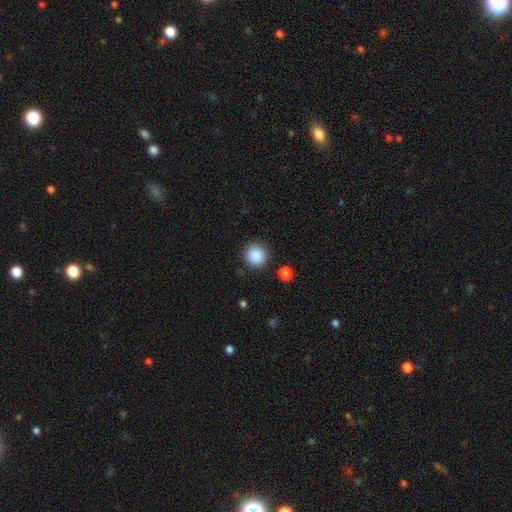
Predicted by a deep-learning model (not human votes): Smooth or featured?
  - smooth: 88% *
  - star or artifact: 9%
  - featured or disk: 3%
How rounded?
  - round: 95% *
  - in between: 4%
  - cigar-shaped: 1%
Merging?
  - none: 88% *
  - minor disturbance: 7%
  - major disturbance: 3%
  - merger: 2%